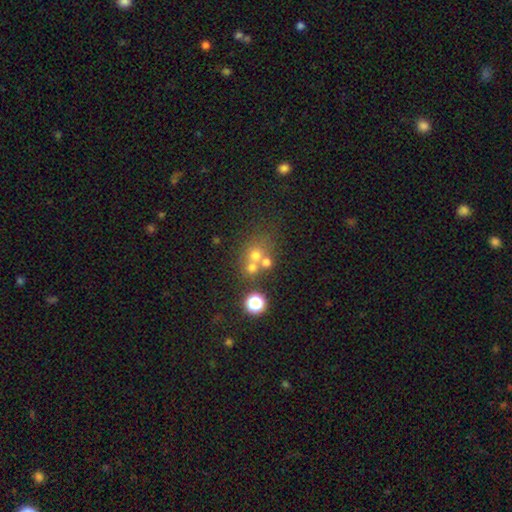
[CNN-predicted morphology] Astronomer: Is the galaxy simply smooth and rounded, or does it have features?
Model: smooth — 58%.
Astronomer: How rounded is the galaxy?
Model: round — 82%.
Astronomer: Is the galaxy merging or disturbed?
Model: merger — 44%, tied with none at 44%.